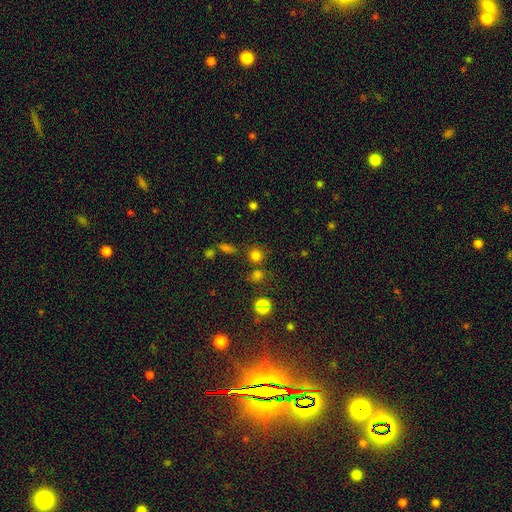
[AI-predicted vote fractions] A smooth galaxy with no disk features (75%) that is round (88%).

Vote fractions:
- Smooth or featured? smooth: 75% / star or artifact: 19% / featured or disk: 5%
- How rounded? round: 88% / in between: 11% / cigar-shaped: 1%
- Merging? none: 73% / merger: 12% / minor disturbance: 10% / major disturbance: 4%